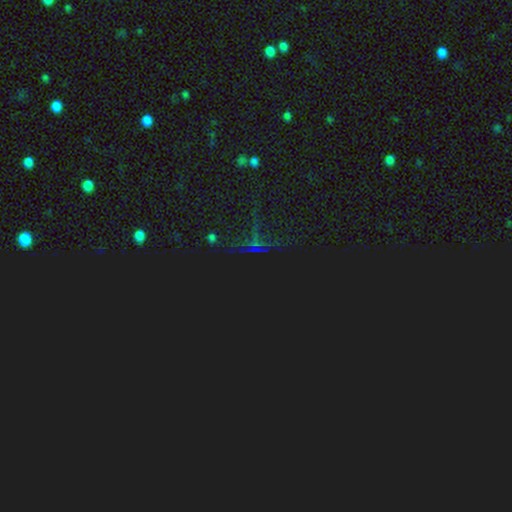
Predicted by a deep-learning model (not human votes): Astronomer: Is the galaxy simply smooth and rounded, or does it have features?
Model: star or artifact — 86%.